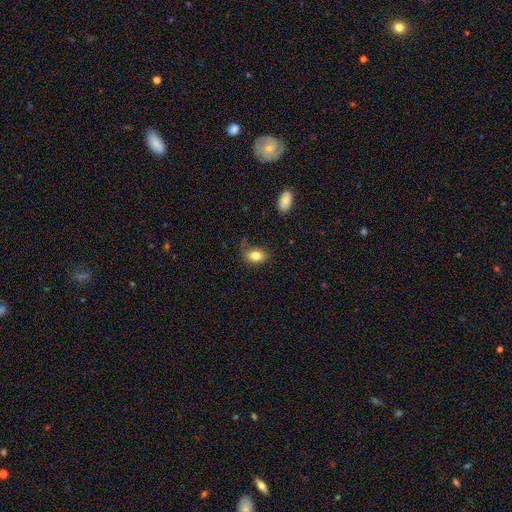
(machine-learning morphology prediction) This is clearly a smooth galaxy (82%). How rounded: clearly in between (84%). Merging: likely none (71%).